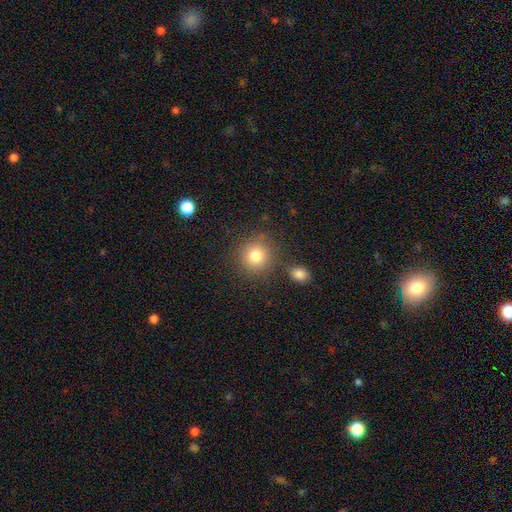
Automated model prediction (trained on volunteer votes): This appears to be a smooth galaxy with no disk features (81%) that is round (91%). Merging: none (80%).